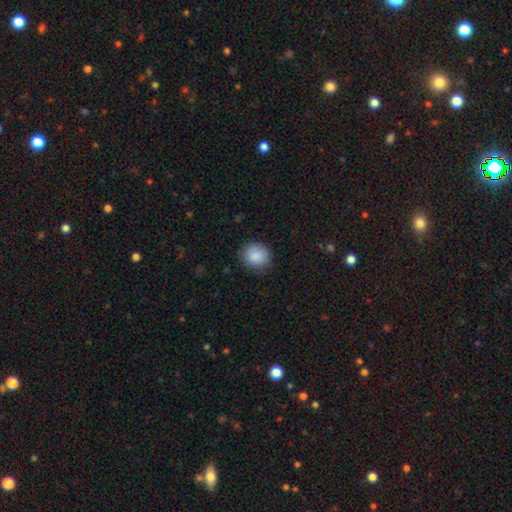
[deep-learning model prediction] Smooth or featured? Predicted: smooth (p=0.89). How rounded? Predicted: round (p=0.83). Merging? Predicted: none (p=0.85).